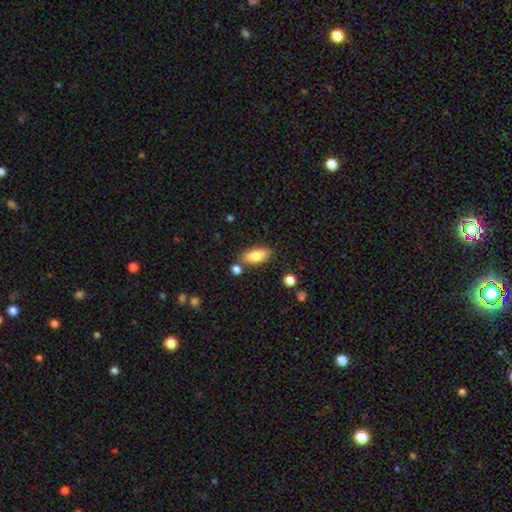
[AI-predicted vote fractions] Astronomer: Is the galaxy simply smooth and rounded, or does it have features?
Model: smooth — 81%.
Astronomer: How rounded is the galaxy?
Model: in between — 84%.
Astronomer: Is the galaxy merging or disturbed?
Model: none — 77%.